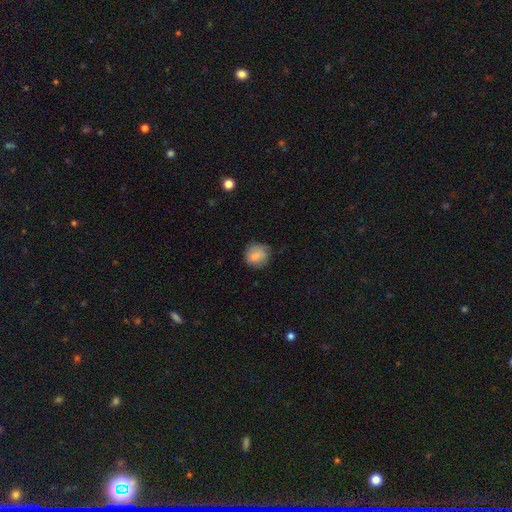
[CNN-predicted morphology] smooth_or_featured: smooth (p=0.76) [alt: featured or disk p=0.16]
how_rounded: round (p=0.85) [alt: in between p=0.14]
merging: none (p=0.66) [alt: minor disturbance p=0.26]